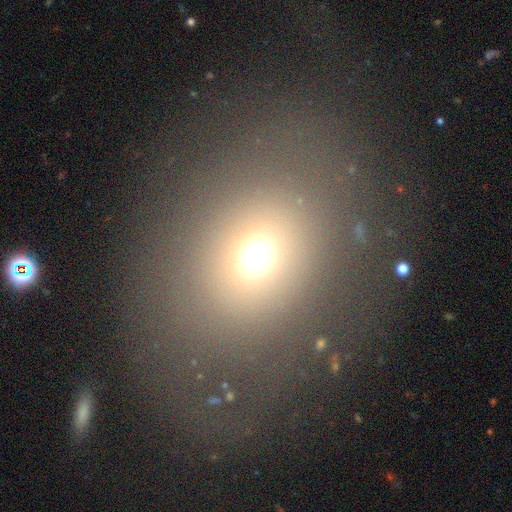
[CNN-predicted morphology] Smooth or featured? Predicted: smooth (p=0.67). How rounded? Predicted: round (p=0.59). Merging? Predicted: none (p=0.76).